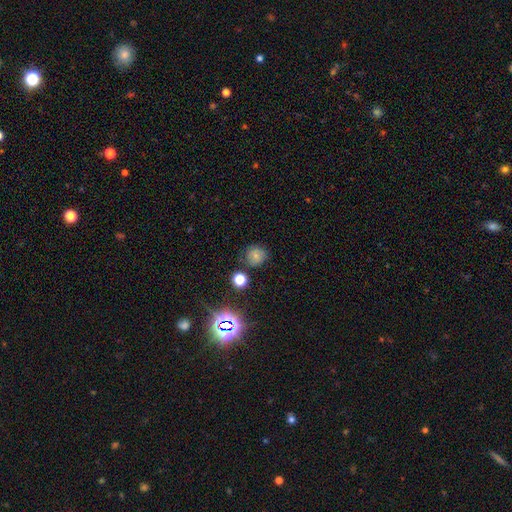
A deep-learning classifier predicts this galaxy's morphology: This is likely a smooth galaxy (65%). How rounded: clearly round (82%). Merging: likely none (73%).